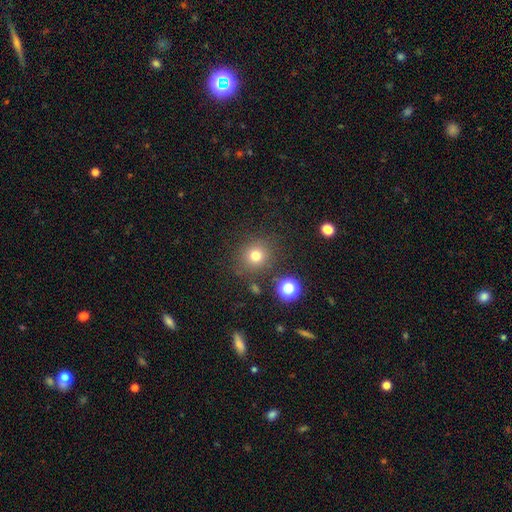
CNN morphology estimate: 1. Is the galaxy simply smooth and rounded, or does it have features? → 75% smooth, 17% star or artifact, 8% featured or disk.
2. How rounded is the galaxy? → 89% round, 10% in between, 1% cigar-shaped.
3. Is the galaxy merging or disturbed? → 83% none, 9% minor disturbance, 4% major disturbance, 4% merger.